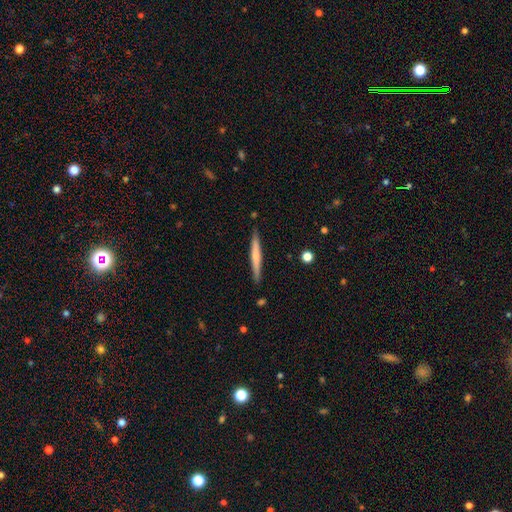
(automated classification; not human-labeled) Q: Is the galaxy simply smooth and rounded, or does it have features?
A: smooth — 52%.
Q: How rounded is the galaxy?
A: cigar-shaped — 96%.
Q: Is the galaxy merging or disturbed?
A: none — 89%.